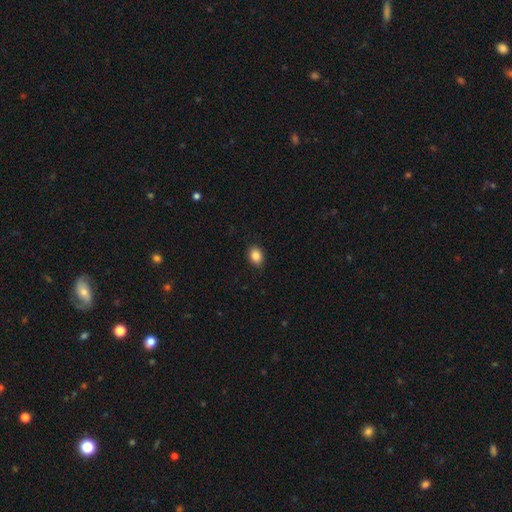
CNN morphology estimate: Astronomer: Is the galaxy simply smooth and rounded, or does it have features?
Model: smooth — 87%.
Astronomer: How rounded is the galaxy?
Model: in between — 67%.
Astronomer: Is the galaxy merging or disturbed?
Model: none — 89%.